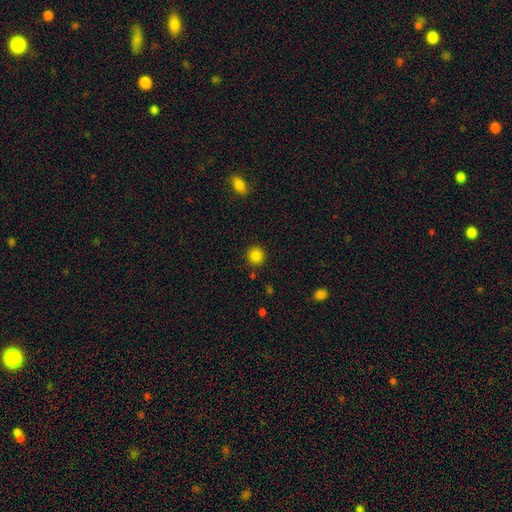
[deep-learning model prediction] The model was most divided on "smooth or featured": smooth: 85%, star or artifact: 11%, featured or disk: 4%. More confident: how rounded — round (92%); merging — none (89%).